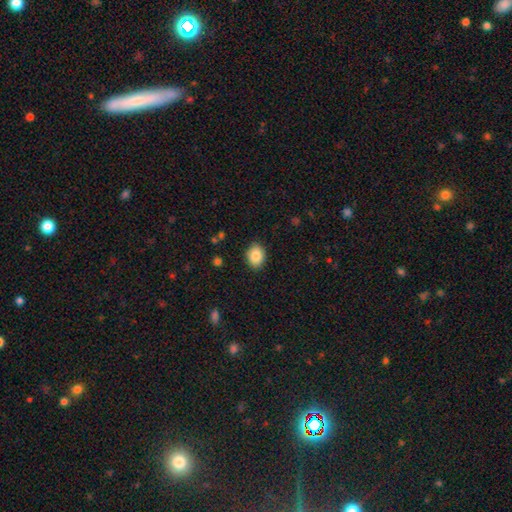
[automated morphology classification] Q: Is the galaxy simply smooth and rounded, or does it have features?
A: smooth — 86%.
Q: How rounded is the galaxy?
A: in between — 64%.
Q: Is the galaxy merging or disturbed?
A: none — 88%.